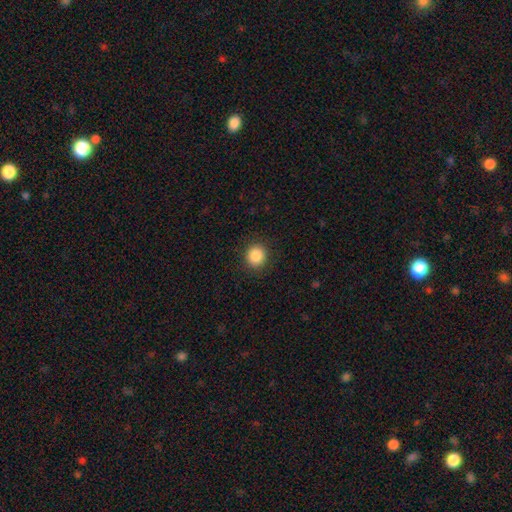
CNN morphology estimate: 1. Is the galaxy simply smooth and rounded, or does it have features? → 88% smooth, 9% star or artifact, 3% featured or disk.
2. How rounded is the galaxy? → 87% round, 12% in between, 1% cigar-shaped.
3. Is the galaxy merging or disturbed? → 91% none, 6% minor disturbance, 2% major disturbance, 1% merger.